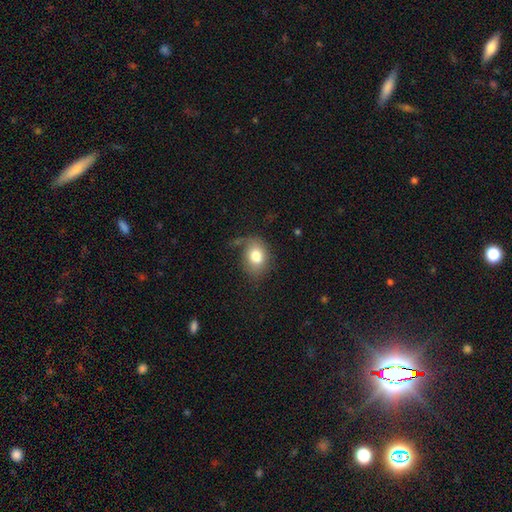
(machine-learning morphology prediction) smooth_or_featured: smooth (p=0.78) [alt: featured or disk p=0.14]
how_rounded: in between (p=0.57) [alt: round p=0.42]
merging: none (p=0.51) [alt: minor disturbance p=0.26]